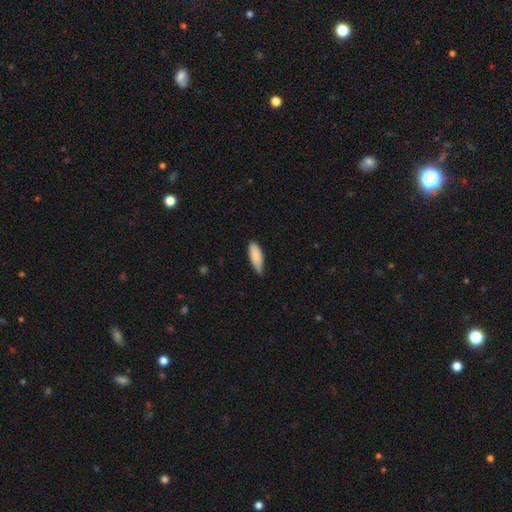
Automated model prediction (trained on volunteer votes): Smooth or featured?
  - smooth: 84% *
  - featured or disk: 10%
  - star or artifact: 6%
How rounded?
  - in between: 74% *
  - cigar-shaped: 24%
  - round: 2%
Merging?
  - none: 58% *
  - minor disturbance: 36%
  - major disturbance: 4%
  - merger: 1%